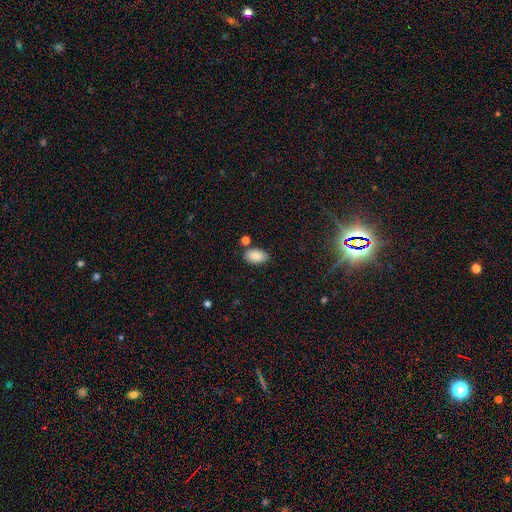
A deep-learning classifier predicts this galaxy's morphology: smooth_or_featured: smooth (p=0.87) [alt: star or artifact p=0.07]
how_rounded: in between (p=0.93) [alt: round p=0.05]
merging: none (p=0.76) [alt: minor disturbance p=0.13]